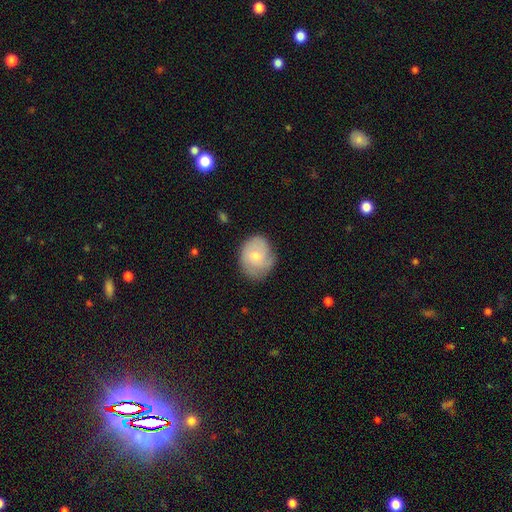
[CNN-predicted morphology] Smooth or featured: smooth — 50% (featured or disk — 44%)
Merging: none — 67% (minor disturbance — 24%)